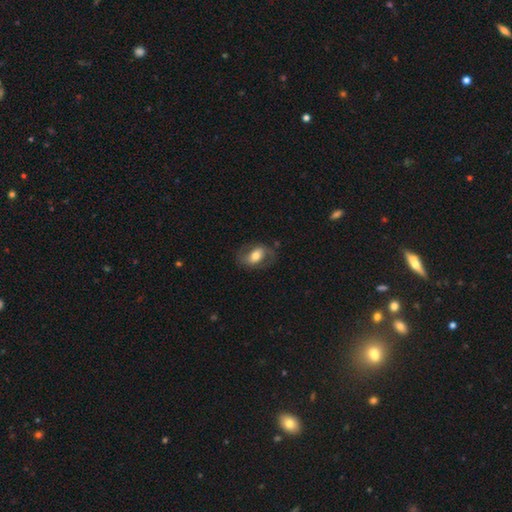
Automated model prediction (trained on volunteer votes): Q: Smooth or featured?
A: smooth (47%); runner-up: featured or disk (46%)
Q: Merging?
A: none (69%); runner-up: minor disturbance (19%)